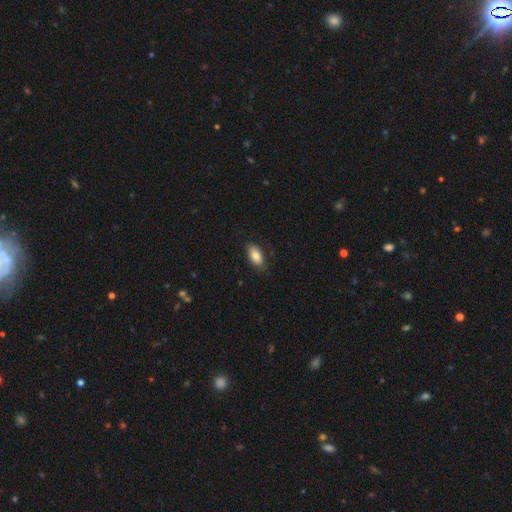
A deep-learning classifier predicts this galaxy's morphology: Smooth or featured?
  - smooth: 81% *
  - featured or disk: 12%
  - star or artifact: 7%
How rounded?
  - in between: 91% *
  - cigar-shaped: 5%
  - round: 3%
Merging?
  - none: 83% *
  - minor disturbance: 14%
  - major disturbance: 3%
  - merger: 1%